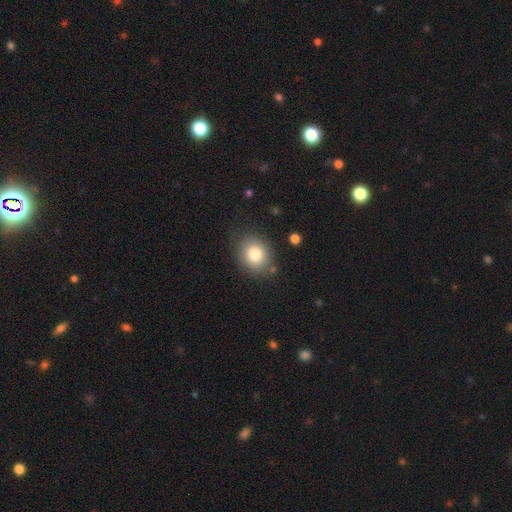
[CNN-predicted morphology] smooth 81%, featured or disk 9%, star or artifact 9%. Down the decision tree: how rounded — round (58%); merging — none (80%).